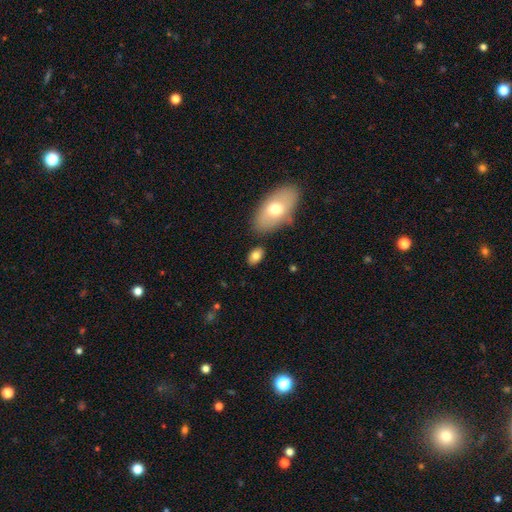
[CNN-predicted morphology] Overall: smooth (79%). How rounded: in between (89%). Merging: none (79%).